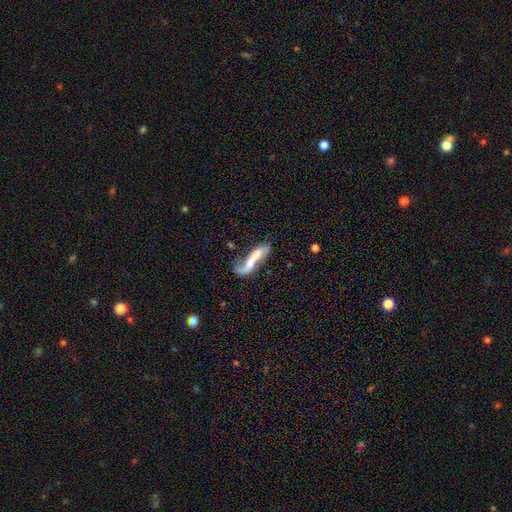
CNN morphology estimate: smooth-or-featured: featured or disk: 63% | smooth: 30% | star or artifact: 7%
  disk-edge-on: no: 77% | yes: 23%
  merging: none: 36% | merger: 24% | major disturbance: 22% | minor disturbance: 19%